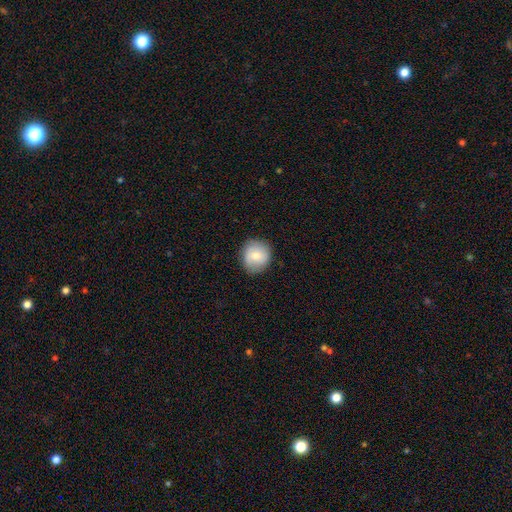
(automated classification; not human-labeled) smooth-or-featured: smooth: 70% | featured or disk: 22% | star or artifact: 8%
  how-rounded: round: 85% | in between: 14% | cigar-shaped: 1%
  merging: none: 84% | minor disturbance: 12% | major disturbance: 3% | merger: 1%